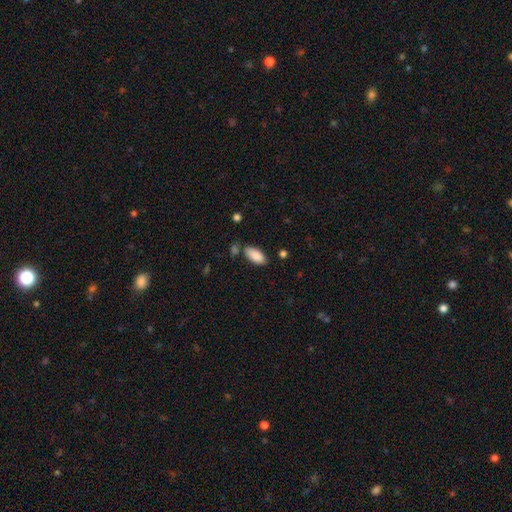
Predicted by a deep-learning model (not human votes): Overall: smooth (89%). How rounded: in between (92%). Merging: none (75%).